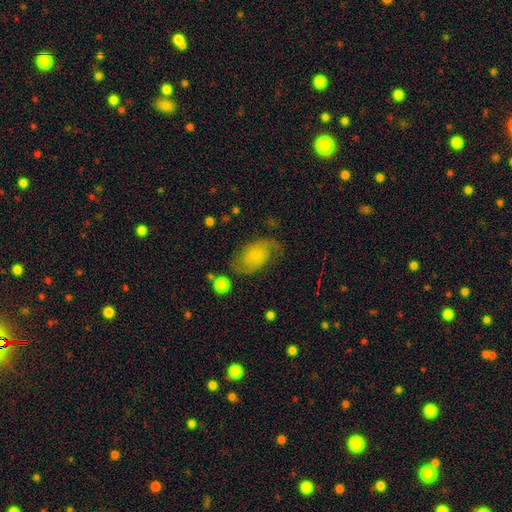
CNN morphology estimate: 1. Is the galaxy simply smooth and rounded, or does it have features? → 55% featured or disk, 36% smooth, 8% star or artifact.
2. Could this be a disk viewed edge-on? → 96% no, 4% yes.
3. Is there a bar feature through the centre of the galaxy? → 73% no, 23% weak, 4% strong.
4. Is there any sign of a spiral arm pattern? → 86% yes, 14% no.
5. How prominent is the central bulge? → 61% small, 25% moderate, 9% none, 4% large, 2% dominant.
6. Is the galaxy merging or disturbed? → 64% none, 22% minor disturbance, 12% major disturbance, 3% merger.